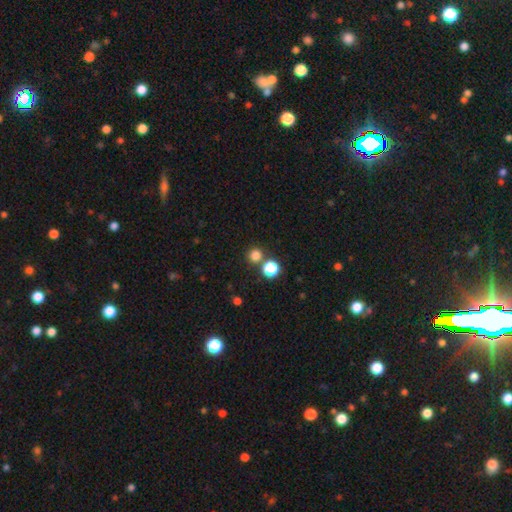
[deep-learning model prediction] The model was most divided on "merging": none: 76%, merger: 15%, minor disturbance: 6%, major disturbance: 3%. More confident: how rounded — round (92%); smooth or featured — smooth (78%).